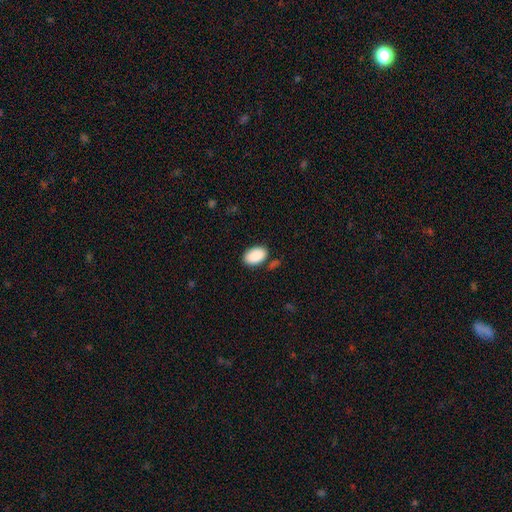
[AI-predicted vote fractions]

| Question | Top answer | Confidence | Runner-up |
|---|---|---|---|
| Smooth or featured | smooth | 90% | star or artifact (6%) |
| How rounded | in between | 92% | round (7%) |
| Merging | none | 81% | minor disturbance (12%) |